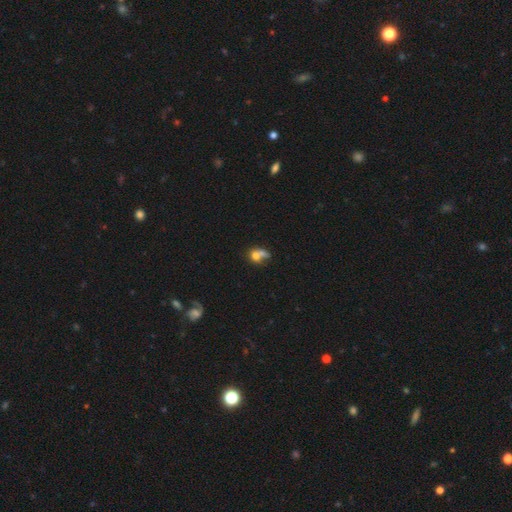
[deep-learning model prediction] Smooth or featured?
  - smooth: 65% *
  - featured or disk: 23%
  - star or artifact: 12%
How rounded?
  - round: 54% *
  - in between: 43%
  - cigar-shaped: 3%
Merging?
  - merger: 40% *
  - none: 28%
  - major disturbance: 19%
  - minor disturbance: 13%